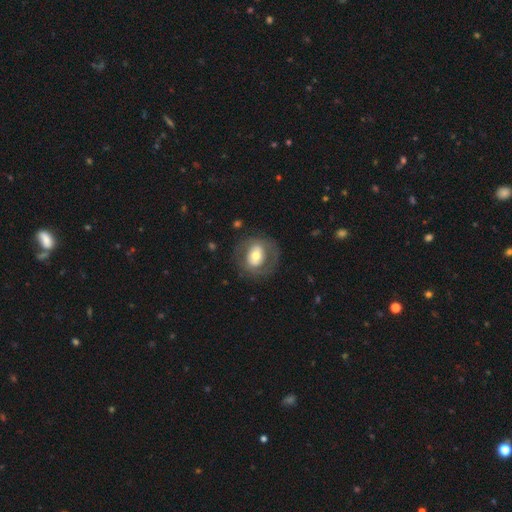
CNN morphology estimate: This appears to be a featured or disk galaxy (51%). Merging: none (72%).